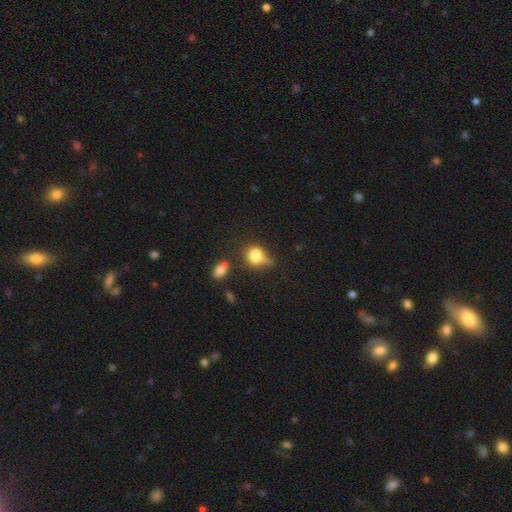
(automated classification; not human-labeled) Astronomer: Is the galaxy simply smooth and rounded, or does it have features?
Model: smooth — 72%.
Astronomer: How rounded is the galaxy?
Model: in between — 49% (runner-up: round, 48%).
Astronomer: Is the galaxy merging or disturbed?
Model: none — 34% (runner-up: minor disturbance, 28%).